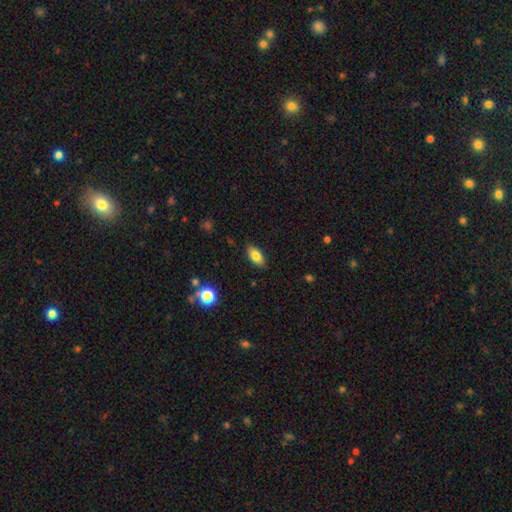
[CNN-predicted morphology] This appears to be a smooth galaxy with no disk features (79%) that is in between round and cigar-shaped (86%). Merging: none (86%).